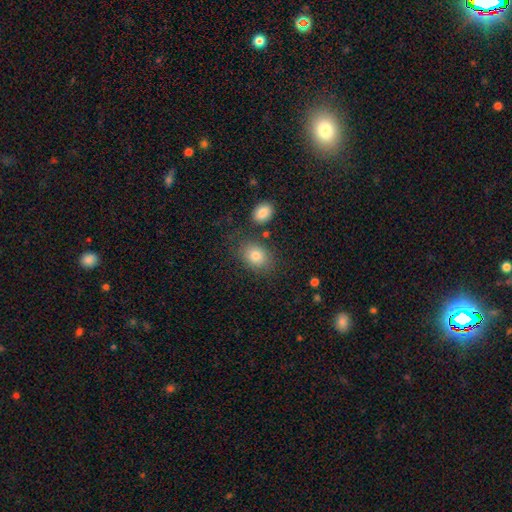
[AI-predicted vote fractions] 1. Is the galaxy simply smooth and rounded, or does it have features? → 81% smooth, 10% star or artifact, 9% featured or disk.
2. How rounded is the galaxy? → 63% in between, 36% round, 1% cigar-shaped.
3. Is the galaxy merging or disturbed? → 75% none, 14% minor disturbance, 7% merger, 5% major disturbance.